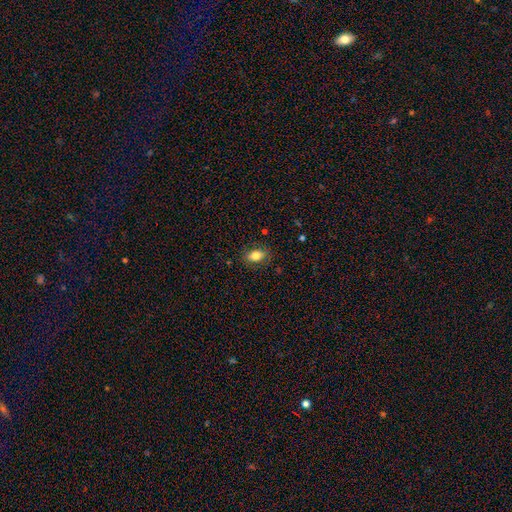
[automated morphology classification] Smooth or featured? Predicted: smooth (p=0.81). How rounded? Predicted: in between (p=0.86). Merging? Predicted: none (p=0.84).